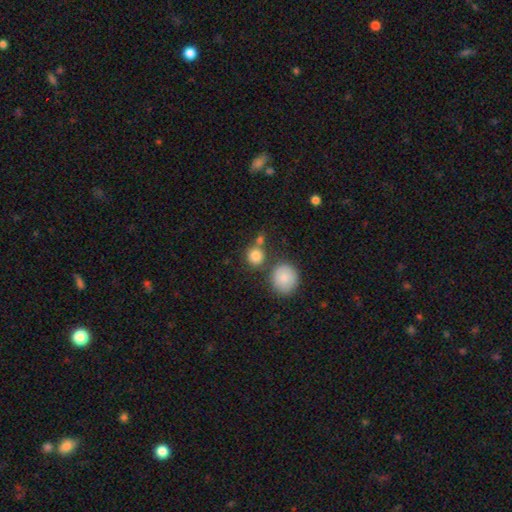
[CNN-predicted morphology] type=smooth (83%); roundness=round (88%); merging=none (66%).